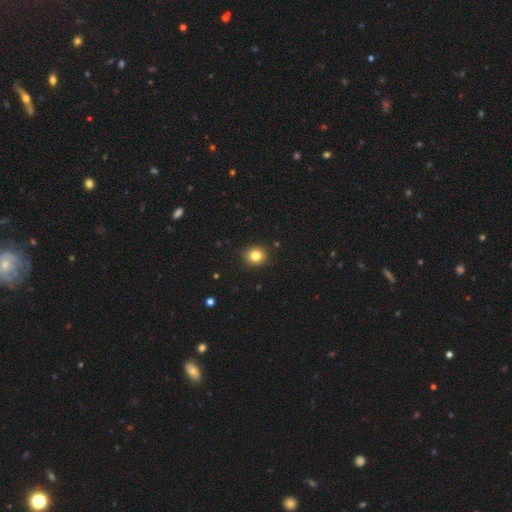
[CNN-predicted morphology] Smooth or featured? Predicted: smooth (p=0.83). How rounded? Predicted: round (p=0.84). Merging? Predicted: none (p=0.92).